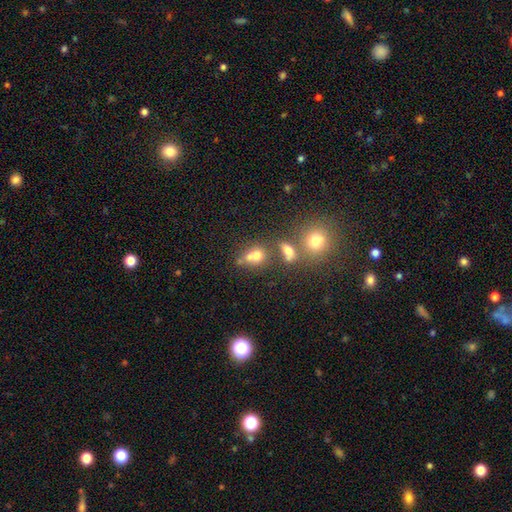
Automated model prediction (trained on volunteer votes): A smooth galaxy with no disk features (64%) that is round (52%). Merging: merger (41%, tied with none).